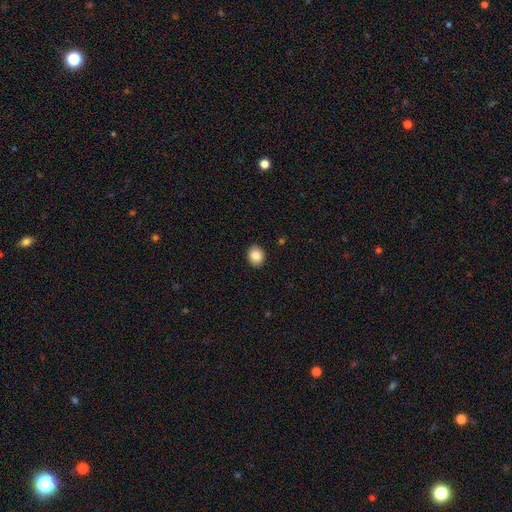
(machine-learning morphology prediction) Smooth or featured? Predicted: smooth (p=0.86). How rounded? Predicted: round (p=0.50). Merging? Predicted: none (p=0.91).